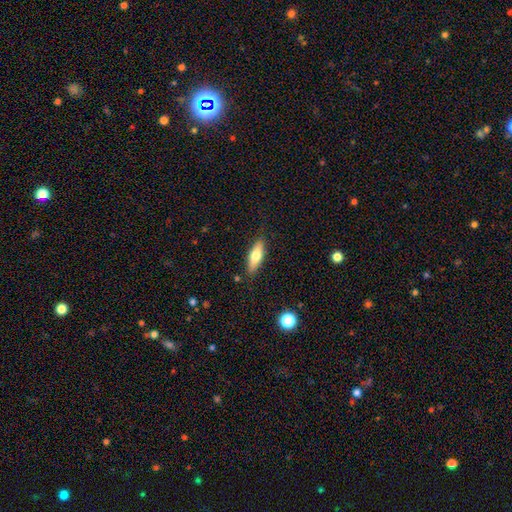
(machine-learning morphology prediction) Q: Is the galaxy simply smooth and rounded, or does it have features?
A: smooth — 68%.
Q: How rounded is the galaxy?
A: in between — 59%.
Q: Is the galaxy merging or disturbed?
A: none — 85%.